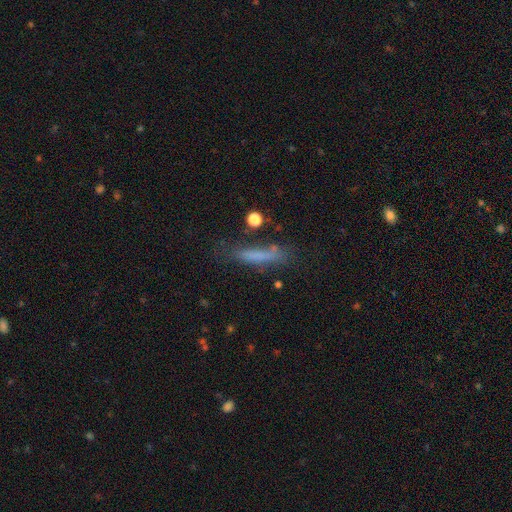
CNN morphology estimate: smooth_or_featured: smooth (p=0.62) [alt: featured or disk p=0.24]
how_rounded: cigar-shaped (p=0.84) [alt: in between p=0.13]
merging: none (p=0.64) [alt: minor disturbance p=0.21]